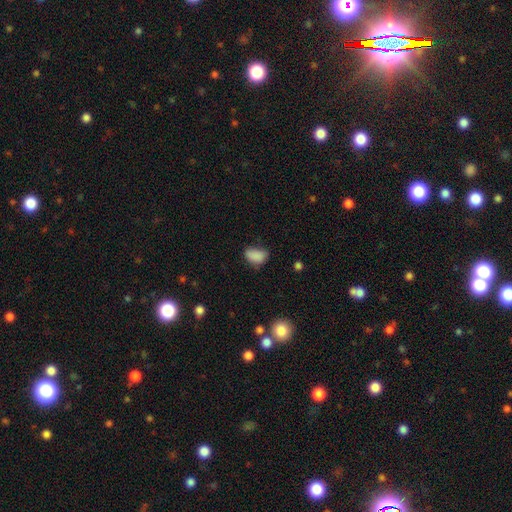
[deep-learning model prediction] This is clearly a smooth galaxy (85%). How rounded: clearly in between (87%). Merging: possibly none (58%).